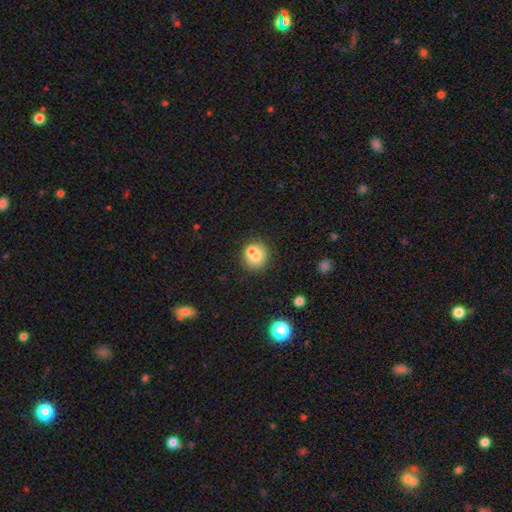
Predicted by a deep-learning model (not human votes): A smooth galaxy with no disk features (70%) that is round (88%). Merging: none (53%).